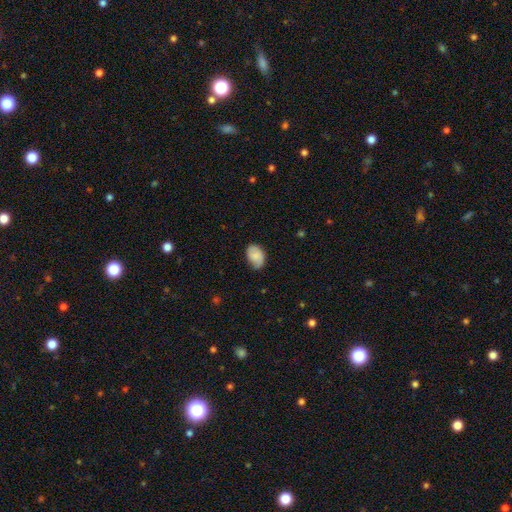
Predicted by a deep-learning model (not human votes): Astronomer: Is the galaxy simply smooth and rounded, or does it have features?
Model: smooth — 76%.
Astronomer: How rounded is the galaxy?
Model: in between — 84%.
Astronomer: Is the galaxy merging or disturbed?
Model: none — 66%.